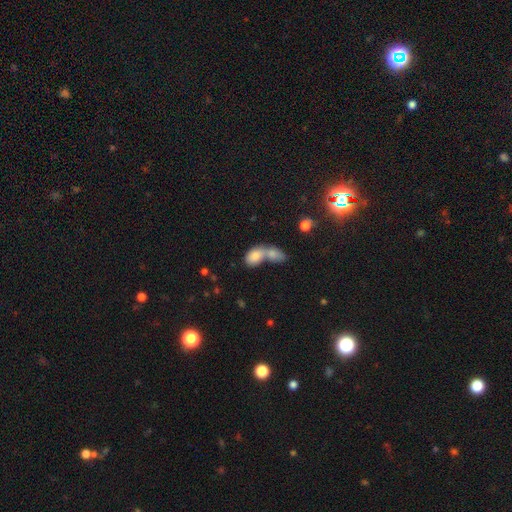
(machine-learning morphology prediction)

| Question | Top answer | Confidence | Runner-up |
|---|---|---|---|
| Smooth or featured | smooth | 79% | featured or disk (13%) |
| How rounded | in between | 84% | round (13%) |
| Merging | merger | 73% | none (17%) |